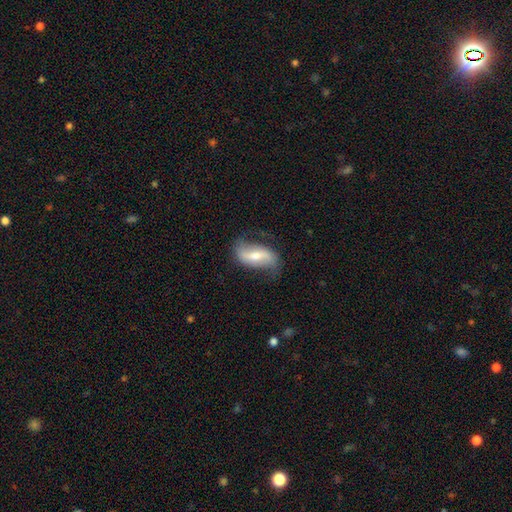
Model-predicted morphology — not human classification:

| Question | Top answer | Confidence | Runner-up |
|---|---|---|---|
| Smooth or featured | featured or disk | 62% | smooth (31%) |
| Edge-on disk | no | 91% | yes (9%) |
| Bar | strong | 41% | weak (38%) |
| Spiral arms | yes | 84% | no (16%) |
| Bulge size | moderate | 55% | small (31%) |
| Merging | none | 66% | minor disturbance (23%) |